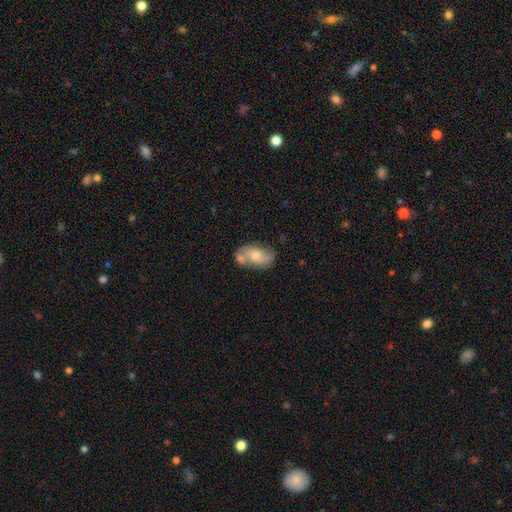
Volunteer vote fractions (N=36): Smooth or featured? 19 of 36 (53%) said featured or disk. Edge-on disk? 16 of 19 (84%) said no. Bar? 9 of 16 (56%) said no. Spiral arms? 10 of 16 (62%) said yes. Spiral winding? 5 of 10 (50%, tied with loose) said medium. Spiral arm count? 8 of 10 (80%) said 2. Bulge size? 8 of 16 (50%) said small. Merging? 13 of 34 (38%) said none.